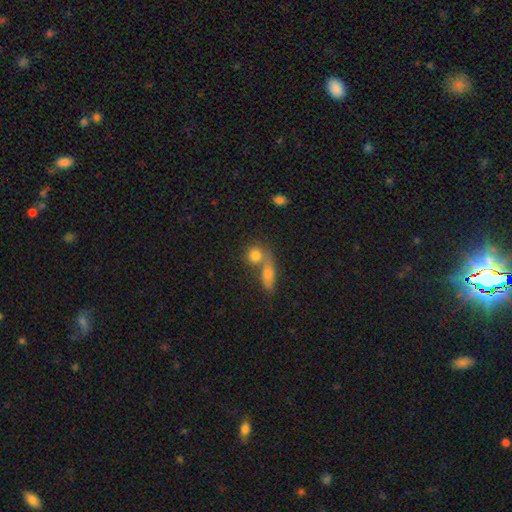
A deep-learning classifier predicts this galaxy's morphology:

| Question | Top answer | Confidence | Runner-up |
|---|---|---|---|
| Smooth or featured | smooth | 79% | featured or disk (11%) |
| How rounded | round | 75% | in between (20%) |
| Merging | none | 45% | merger (42%) |